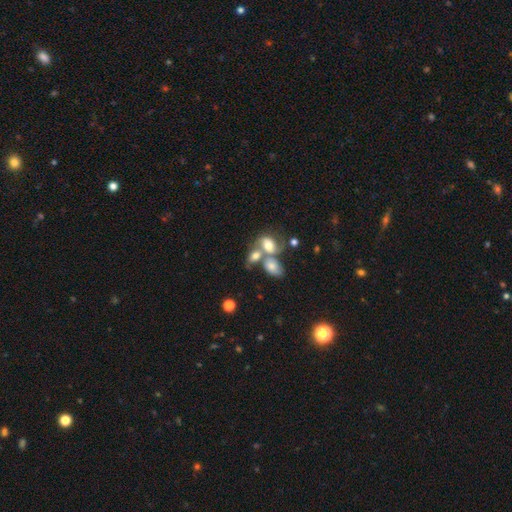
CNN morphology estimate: A smooth galaxy with no disk features (59%) that is in between round and cigar-shaped (79%).

Vote fractions:
- Smooth or featured? smooth: 59% / featured or disk: 30% / star or artifact: 11%
- How rounded? in between: 79% / round: 18% / cigar-shaped: 2%
- Merging? merger: 63% / none: 20% / minor disturbance: 9% / major disturbance: 7%